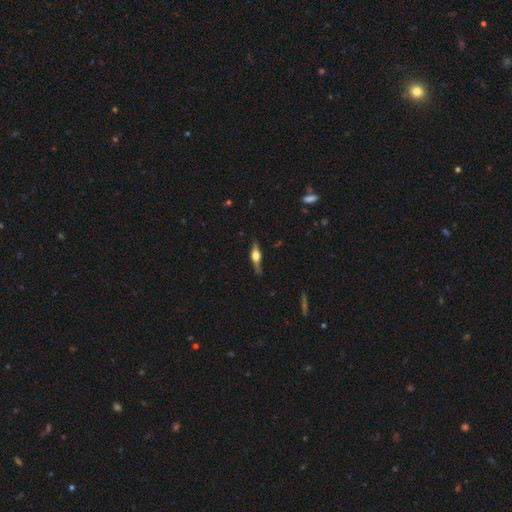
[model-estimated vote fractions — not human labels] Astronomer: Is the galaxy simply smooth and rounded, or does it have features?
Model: featured or disk — 68%.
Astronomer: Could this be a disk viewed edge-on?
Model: yes — 95%.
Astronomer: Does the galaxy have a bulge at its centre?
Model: rounded — 92%.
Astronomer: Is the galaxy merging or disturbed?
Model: none — 79%.